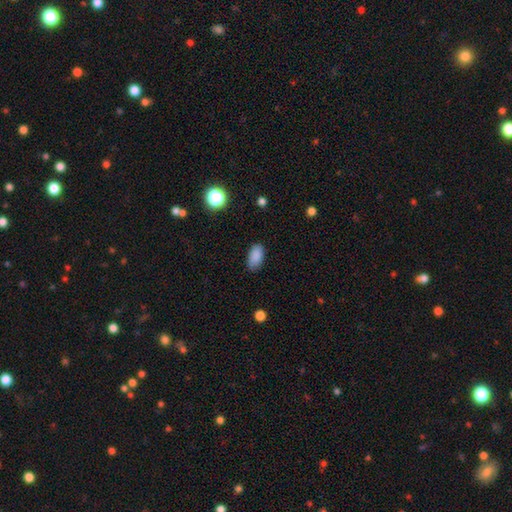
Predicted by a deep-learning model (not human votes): Smooth or featured? smooth (88%)
How rounded? in between (93%)
Merging? none (84%)